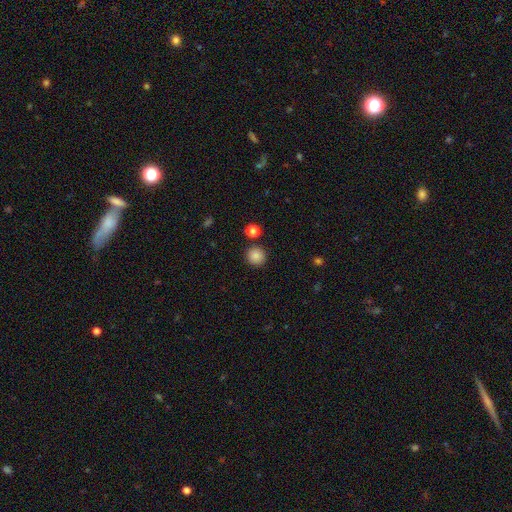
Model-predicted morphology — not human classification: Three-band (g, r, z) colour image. It shows a smooth galaxy with no disk features (86%) that is round (94%). Merging: none (89%).